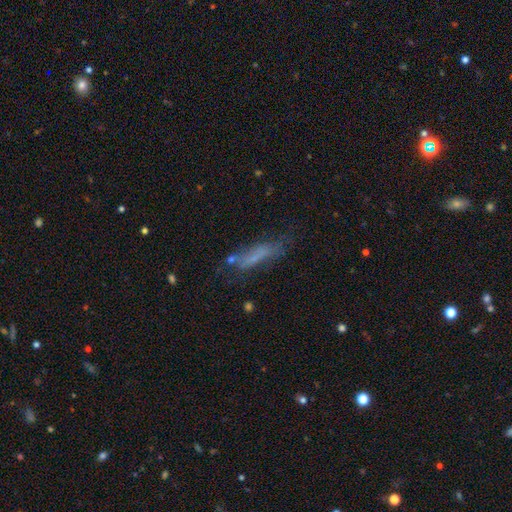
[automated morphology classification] Smooth or featured: smooth — 51% (featured or disk — 35%)
How rounded: cigar-shaped — 75% (in between — 23%)
Merging: none — 54% (minor disturbance — 24%)